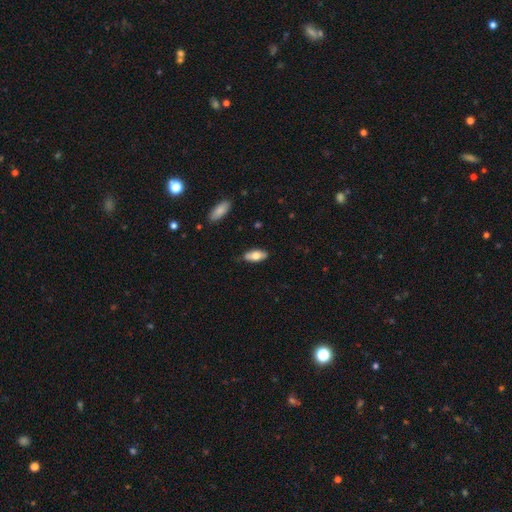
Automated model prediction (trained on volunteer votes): Q: Smooth or featured?
A: smooth (70%); runner-up: featured or disk (23%)
Q: How rounded?
A: in between (84%); runner-up: cigar-shaped (14%)
Q: Merging?
A: none (82%); runner-up: minor disturbance (15%)